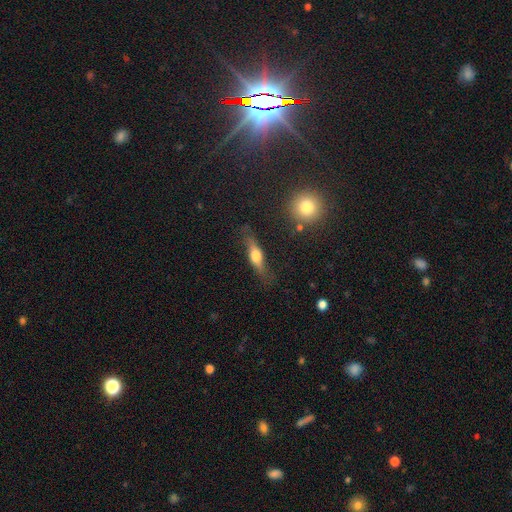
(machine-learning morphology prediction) smooth_or_featured: featured or disk (p=0.49) [alt: smooth p=0.44]
merging: none (p=0.71) [alt: minor disturbance p=0.20]